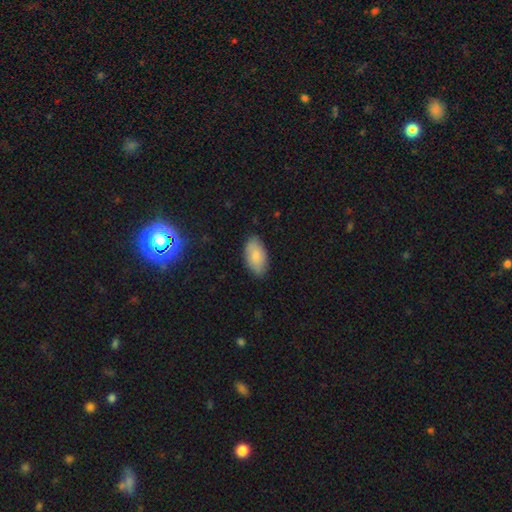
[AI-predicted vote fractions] Morphology: type=smooth (83%); roundness=in between (95%); merging=none (84%).